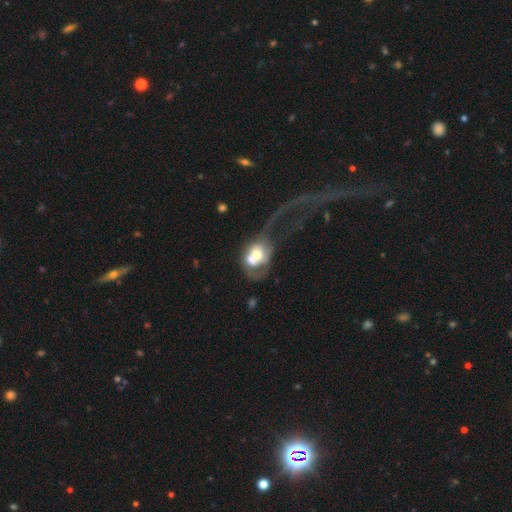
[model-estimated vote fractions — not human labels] Q: Smooth or featured?
A: smooth (46%); runner-up: featured or disk (45%)
Q: Merging?
A: merger (44%); runner-up: major disturbance (38%)